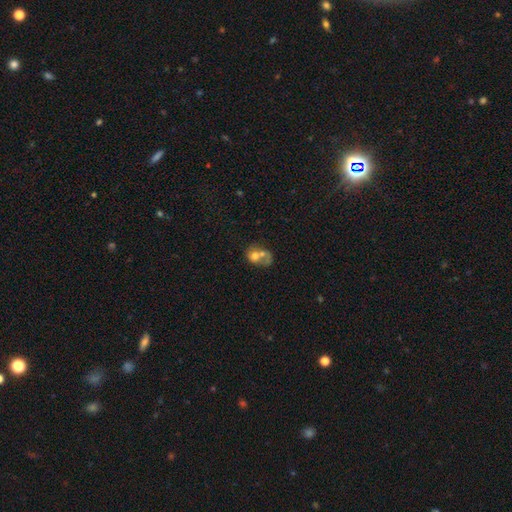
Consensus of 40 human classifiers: Smooth or featured? 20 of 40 (50%) said smooth. How rounded? 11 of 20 (55%) said in between. Merging? 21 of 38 (55%) said merger.